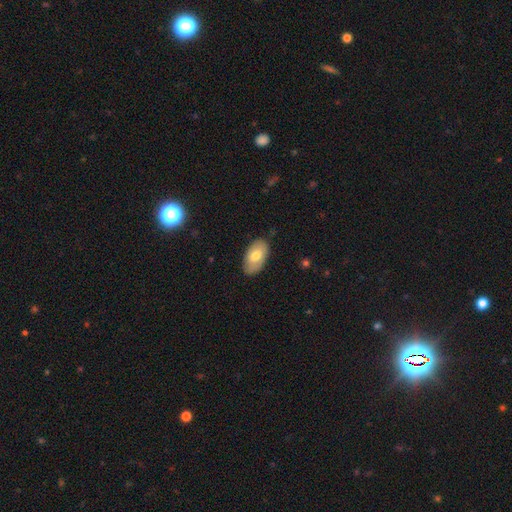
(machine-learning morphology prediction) Smooth or featured? Predicted: smooth (p=0.69). How rounded? Predicted: in between (p=0.95). Merging? Predicted: none (p=0.82).